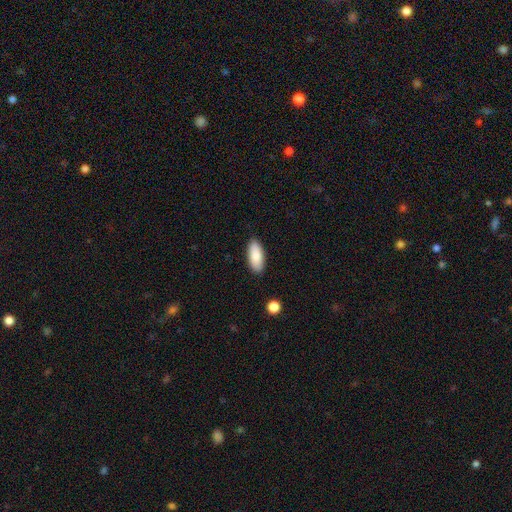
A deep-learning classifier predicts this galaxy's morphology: A smooth galaxy with no disk features (85%) that is in between round and cigar-shaped (86%).

Vote fractions:
- Smooth or featured? smooth: 85% / featured or disk: 9% / star or artifact: 6%
- How rounded? in between: 86% / cigar-shaped: 12% / round: 2%
- Merging? none: 88% / minor disturbance: 9% / major disturbance: 2% / merger: 1%